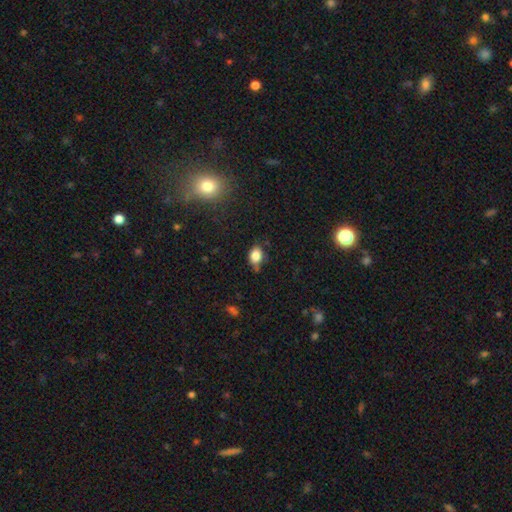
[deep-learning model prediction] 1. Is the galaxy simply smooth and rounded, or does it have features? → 82% smooth, 10% star or artifact, 7% featured or disk.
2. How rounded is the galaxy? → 66% in between, 32% round, 2% cigar-shaped.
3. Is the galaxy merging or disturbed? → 63% none, 27% minor disturbance, 6% major disturbance, 4% merger.